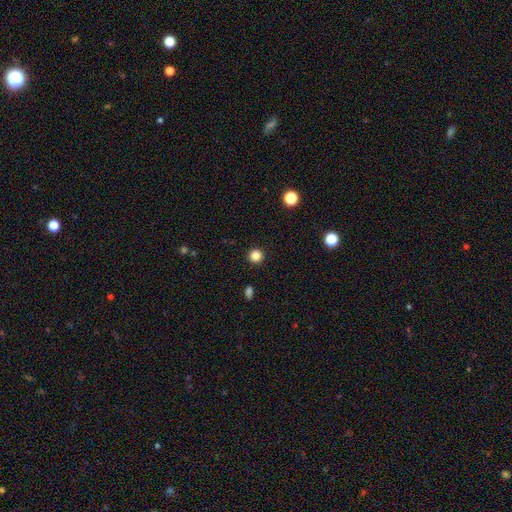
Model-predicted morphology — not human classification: Smooth or featured?
  - smooth: 84% *
  - star or artifact: 12%
  - featured or disk: 4%
How rounded?
  - round: 95% *
  - in between: 4%
  - cigar-shaped: 1%
Merging?
  - none: 93% *
  - minor disturbance: 4%
  - major disturbance: 2%
  - merger: 1%